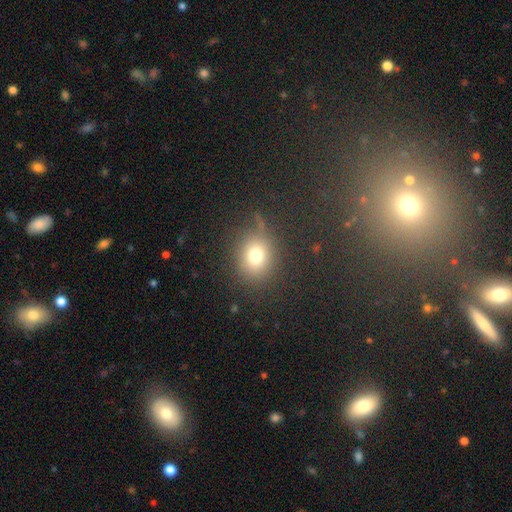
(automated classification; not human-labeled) Morphology: type=smooth (74%); roundness=round (75%); merging=none (79%).